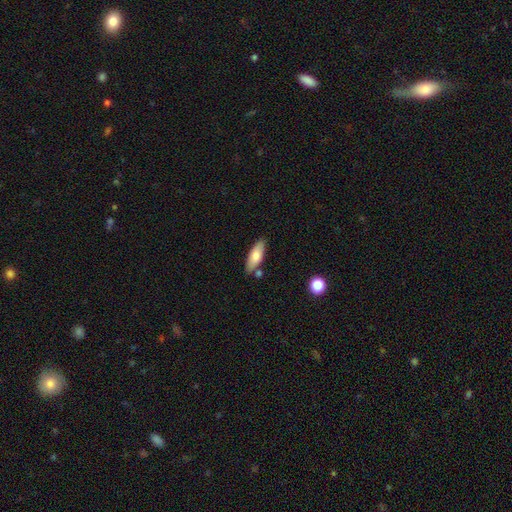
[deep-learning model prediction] A smooth galaxy with no disk features (74%) that is in between round and cigar-shaped (67%). Merging: none (77%).